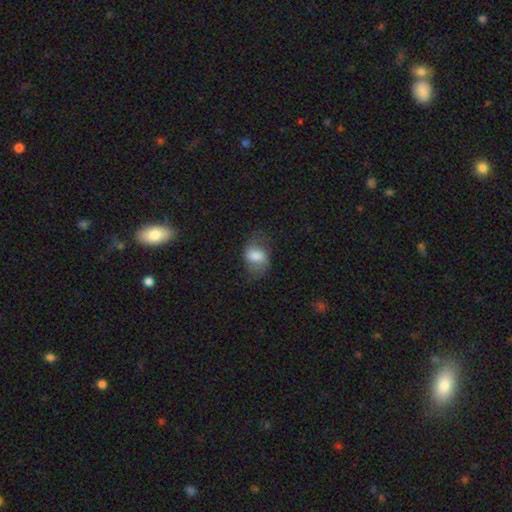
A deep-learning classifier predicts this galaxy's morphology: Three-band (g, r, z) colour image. It shows a smooth galaxy with no disk features (64%) that is in between round and cigar-shaped (76%). Merging: none (59%).